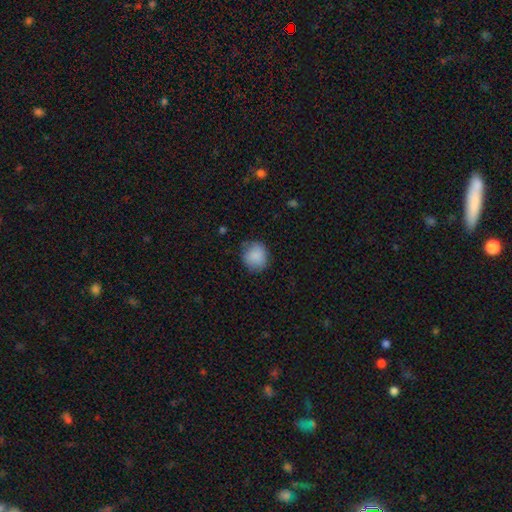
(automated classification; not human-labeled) Smooth or featured? smooth (87%)
How rounded? round (78%)
Merging? none (76%)